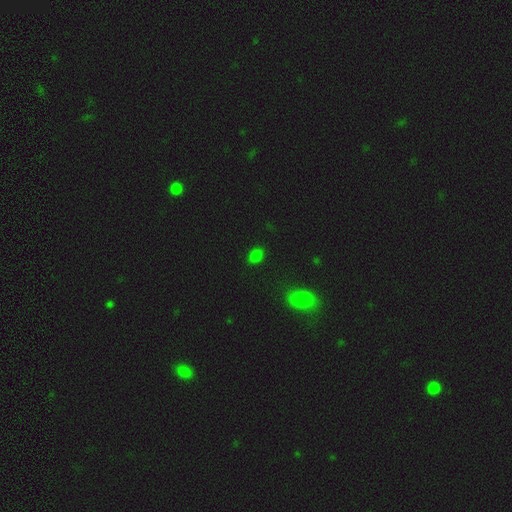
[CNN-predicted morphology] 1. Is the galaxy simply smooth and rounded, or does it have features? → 79% smooth, 17% star or artifact, 4% featured or disk.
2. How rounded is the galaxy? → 73% in between, 25% round, 2% cigar-shaped.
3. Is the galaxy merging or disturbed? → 86% none, 10% minor disturbance, 2% major disturbance, 2% merger.